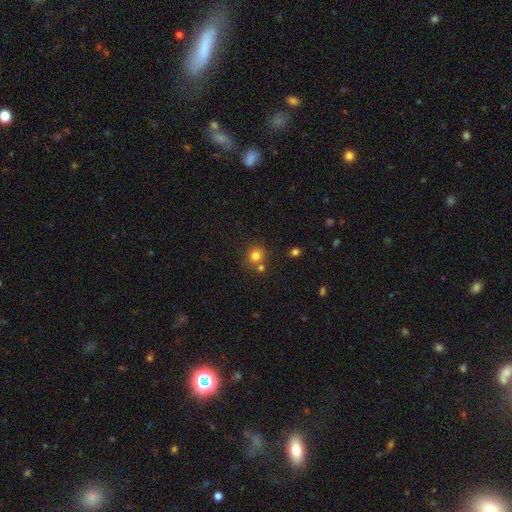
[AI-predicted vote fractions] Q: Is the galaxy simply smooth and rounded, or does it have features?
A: smooth — 79%.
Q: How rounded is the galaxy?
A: round — 88%.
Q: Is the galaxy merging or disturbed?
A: none — 68%.